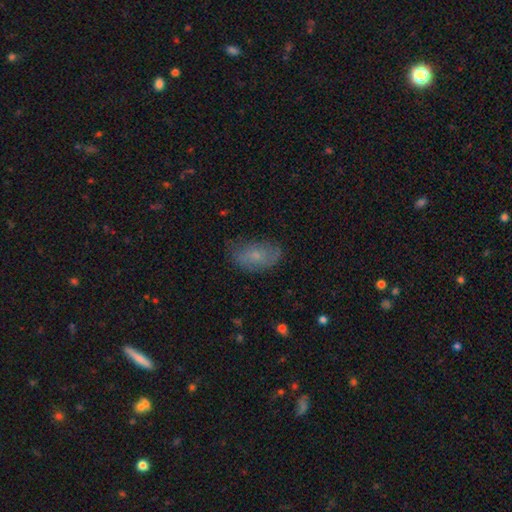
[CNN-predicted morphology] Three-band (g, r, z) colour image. It shows a smooth galaxy with no disk features (60%) that is in between round and cigar-shaped (90%). Merging: none (63%).